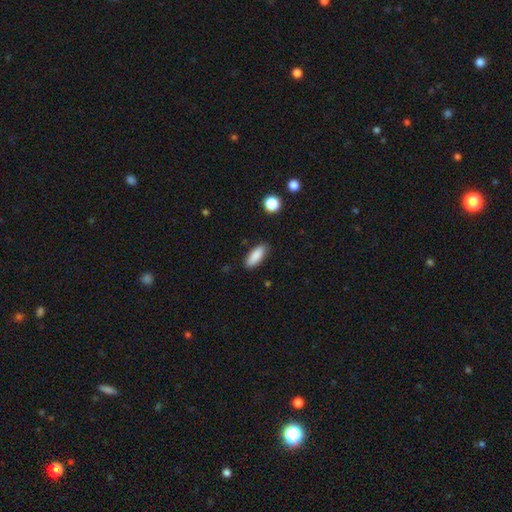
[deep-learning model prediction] smooth-or-featured: smooth: 88% | star or artifact: 7% | featured or disk: 5%
  how-rounded: in between: 75% | cigar-shaped: 23% | round: 2%
  merging: none: 86% | minor disturbance: 11% | major disturbance: 2% | merger: 1%